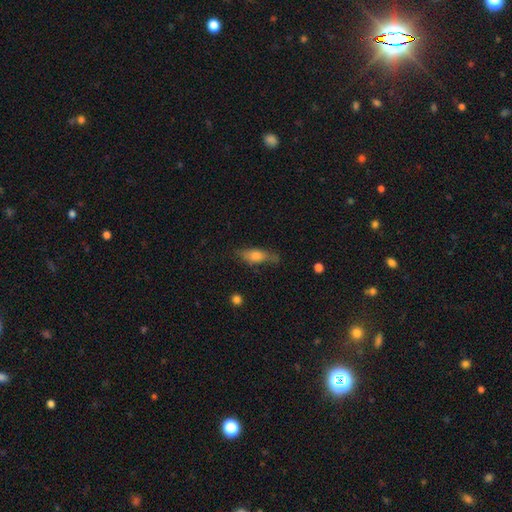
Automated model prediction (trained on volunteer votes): The model was most divided on "how rounded": in between: 52%, cigar-shaped: 44%, round: 4%. More confident: merging — none (67%); smooth or featured — smooth (59%).